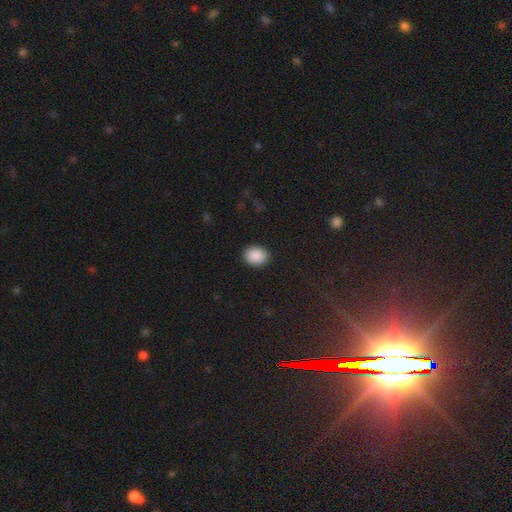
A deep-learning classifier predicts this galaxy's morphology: smooth-or-featured: smooth: 90% | star or artifact: 7% | featured or disk: 3%
  how-rounded: round: 50% | in between: 49% | cigar-shaped: 1%
  merging: none: 91% | minor disturbance: 6% | major disturbance: 2% | merger: 1%